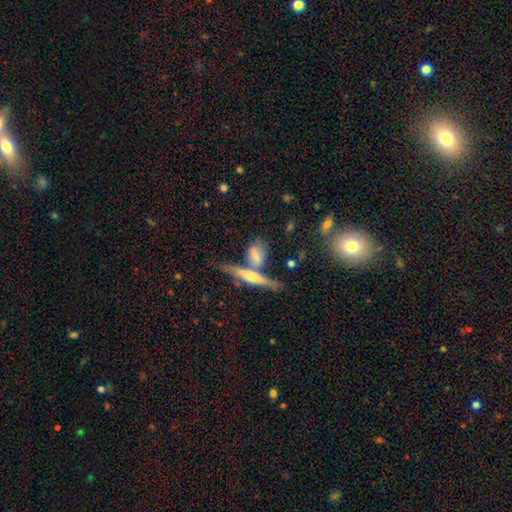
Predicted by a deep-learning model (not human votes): Smooth or featured?
  - smooth: 52% *
  - featured or disk: 39%
  - star or artifact: 9%
How rounded?
  - in between: 49% *
  - cigar-shaped: 35%
  - round: 16%
Merging?
  - none: 46% *
  - merger: 34%
  - minor disturbance: 15%
  - major disturbance: 6%